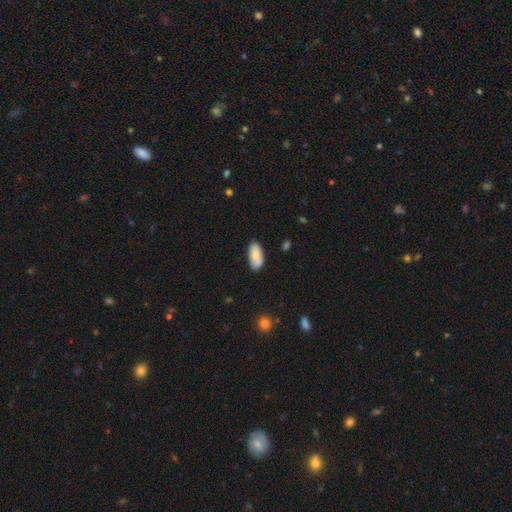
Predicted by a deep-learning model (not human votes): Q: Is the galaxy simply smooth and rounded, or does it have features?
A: smooth — 80%.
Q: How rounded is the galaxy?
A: in between — 90%.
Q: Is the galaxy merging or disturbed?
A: none — 80%.